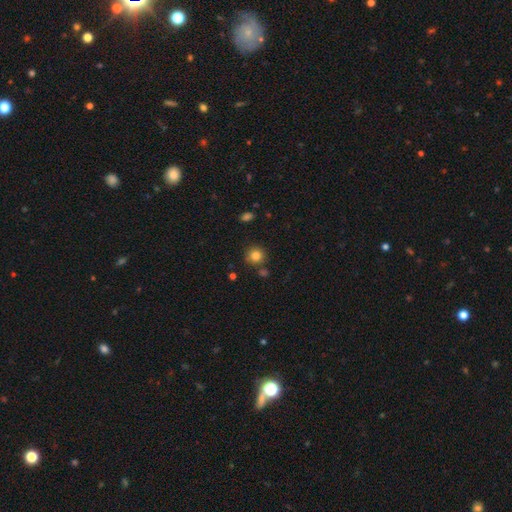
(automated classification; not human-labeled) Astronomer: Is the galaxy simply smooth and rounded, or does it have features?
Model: smooth — 82%.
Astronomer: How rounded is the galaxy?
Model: round — 91%.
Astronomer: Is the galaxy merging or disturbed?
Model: none — 81%.